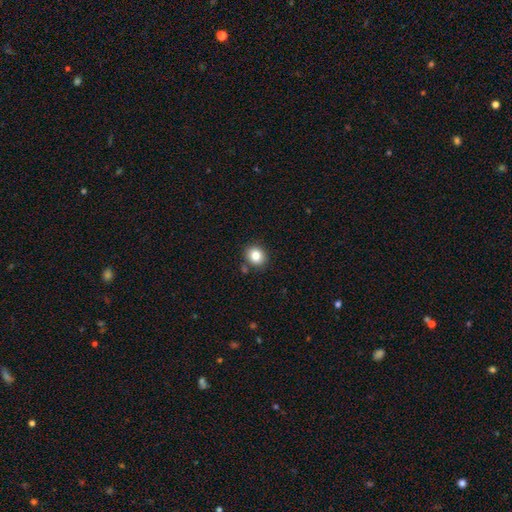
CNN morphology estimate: Smooth or featured? smooth (82%)
How rounded? round (71%)
Merging? none (84%)